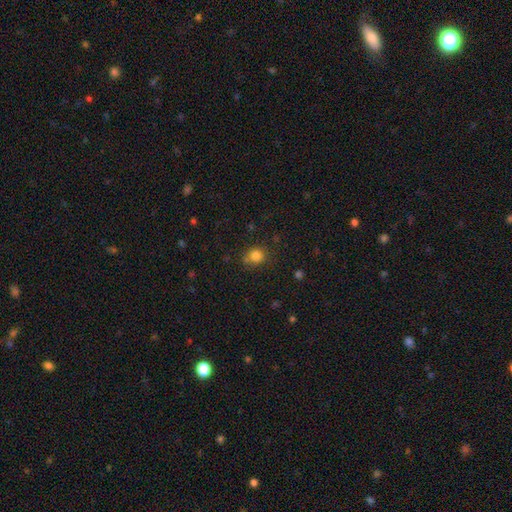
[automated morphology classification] Overall: smooth (81%). How rounded: round (83%). Merging: none (69%).